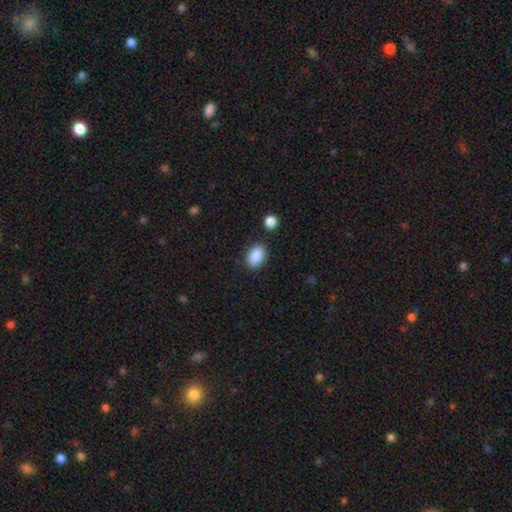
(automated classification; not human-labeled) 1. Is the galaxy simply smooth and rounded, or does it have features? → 89% smooth, 7% star or artifact, 4% featured or disk.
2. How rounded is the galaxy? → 86% in between, 12% round, 1% cigar-shaped.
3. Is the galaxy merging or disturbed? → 85% none, 10% minor disturbance, 3% merger, 3% major disturbance.